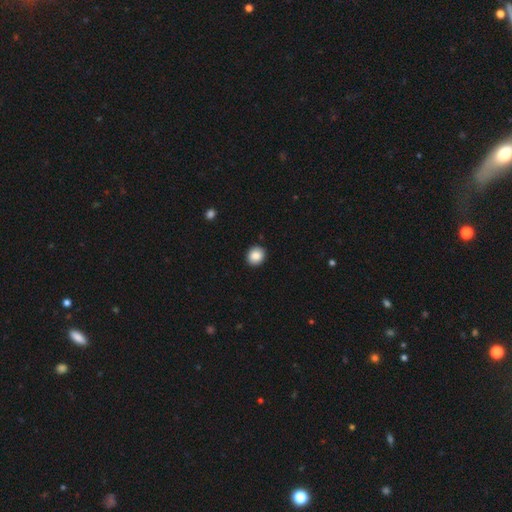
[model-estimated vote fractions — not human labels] smooth-or-featured: smooth: 87% | star or artifact: 8% | featured or disk: 4%
  how-rounded: round: 73% | in between: 27% | cigar-shaped: 1%
  merging: none: 92% | minor disturbance: 6% | major disturbance: 2% | merger: 1%